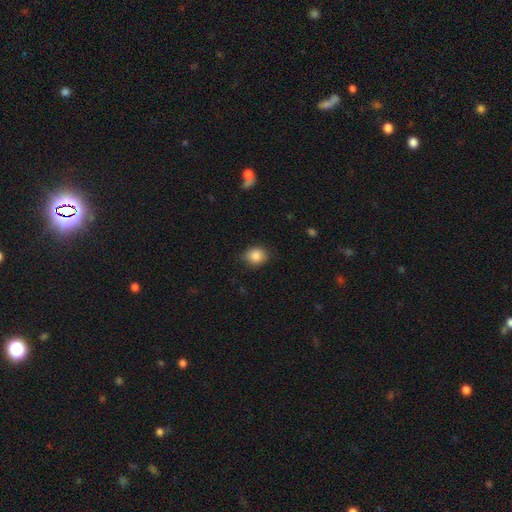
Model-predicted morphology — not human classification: This appears to be a smooth galaxy with no disk features (86%) that is round (63%). Merging: none (81%).